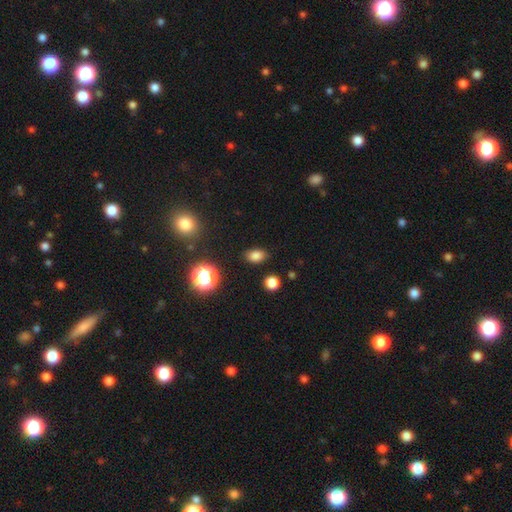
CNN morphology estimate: This is clearly a smooth galaxy (81%). How rounded: likely in between (79%). Merging: clearly none (84%).